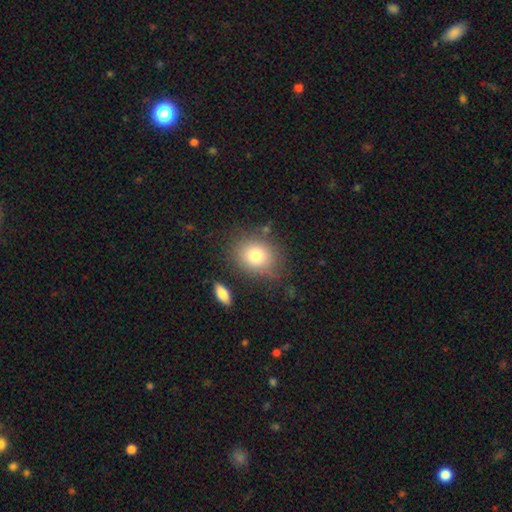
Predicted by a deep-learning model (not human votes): Smooth or featured? smooth (78%)
How rounded? round (60%)
Merging? none (78%)